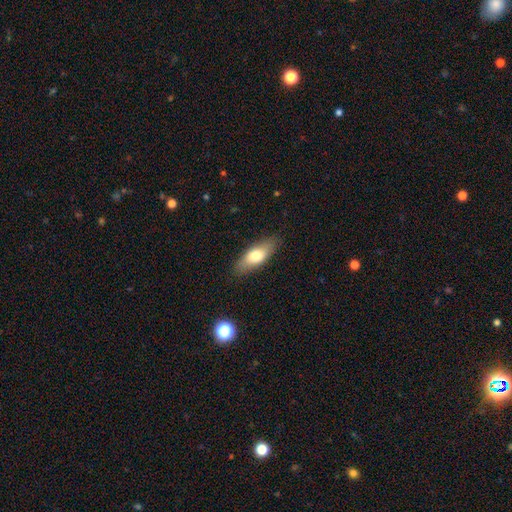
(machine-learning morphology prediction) A smooth galaxy with no disk features (71%) that is in between round and cigar-shaped (72%). Merging: none (86%).